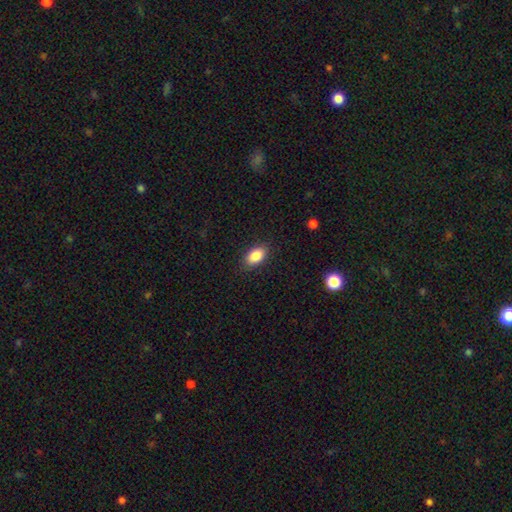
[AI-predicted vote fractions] Q: Smooth or featured?
A: smooth (86%); runner-up: star or artifact (8%)
Q: How rounded?
A: in between (90%); runner-up: round (7%)
Q: Merging?
A: none (87%); runner-up: minor disturbance (10%)